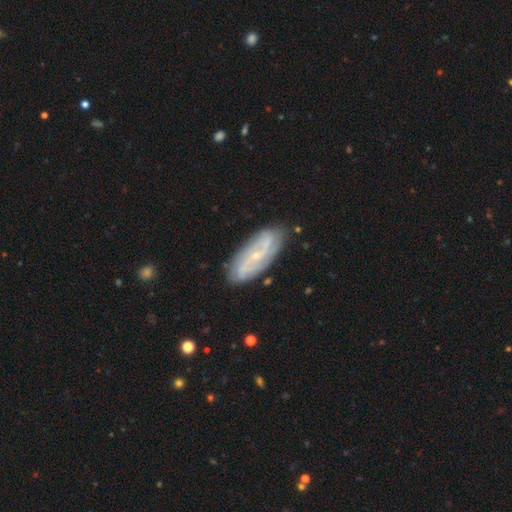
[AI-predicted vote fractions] A featured or disk galaxy (75%) with no bar (53%), 2 (51%) medium (39%) spiral arms (90%) and a small central bulge (80%).

Vote fractions:
- Smooth or featured? featured or disk: 75% / smooth: 18% / star or artifact: 7%
- Edge-on disk? no: 89% / yes: 11%
- Bar? no: 53% / weak: 35% / strong: 12%
- Spiral arms? yes: 90% / no: 10%
- Spiral winding? medium: 39% / tight: 38% / loose: 23%
- Spiral arm count? 2: 51% / can't tell: 27% / 3: 9% / 4: 5% / 1: 4% / more than 4: 4%
- Bulge size? small: 80% / moderate: 16% / none: 3% / large: 1% / dominant: 1%
- Merging? none: 82% / minor disturbance: 13% / major disturbance: 3% / merger: 2%